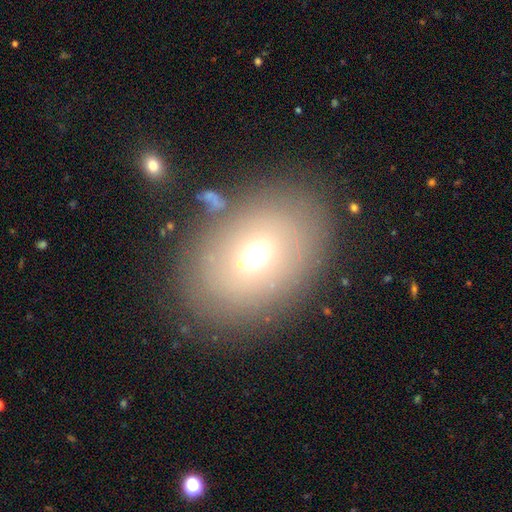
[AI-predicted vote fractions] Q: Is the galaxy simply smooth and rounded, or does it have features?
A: smooth — 63%.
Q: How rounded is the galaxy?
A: in between — 68%.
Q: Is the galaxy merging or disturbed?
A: none — 77%.